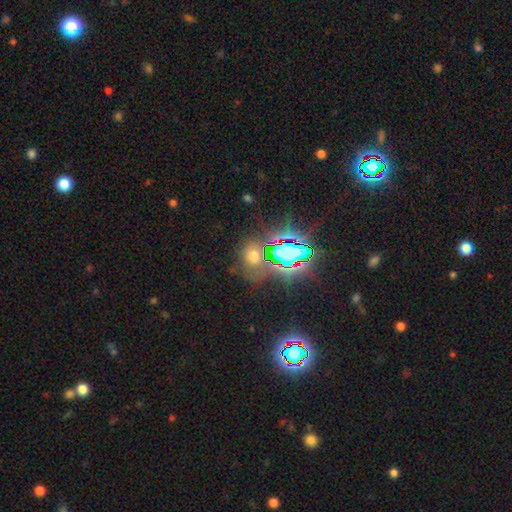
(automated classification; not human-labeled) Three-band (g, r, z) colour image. It shows a star or artifact, not a galaxy (60%).